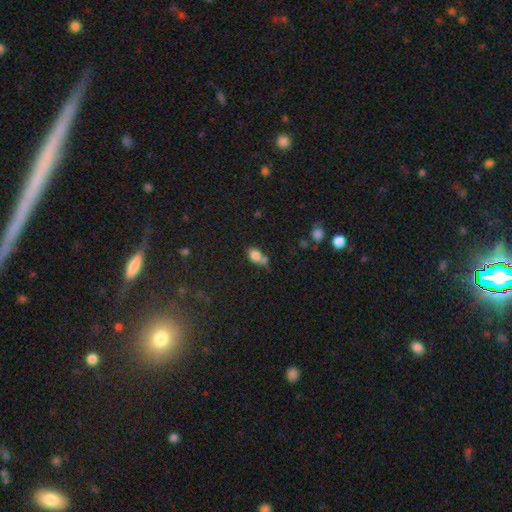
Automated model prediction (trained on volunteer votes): Smooth or featured? Predicted: smooth (p=0.78). How rounded? Predicted: in between (p=0.72). Merging? Predicted: merger (p=0.42).